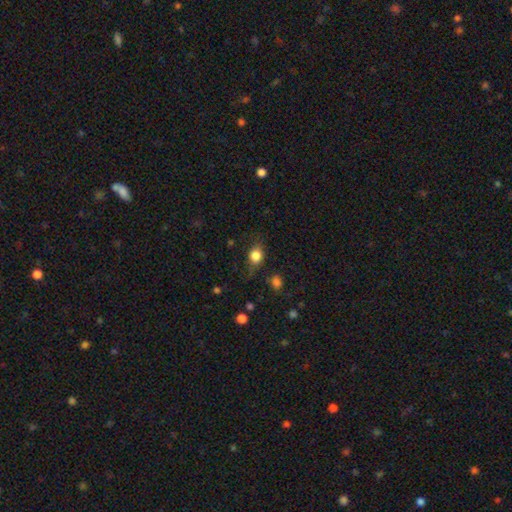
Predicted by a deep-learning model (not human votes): Smooth or featured?
  - smooth: 80% *
  - star or artifact: 10%
  - featured or disk: 10%
How rounded?
  - round: 52% *
  - in between: 46%
  - cigar-shaped: 2%
Merging?
  - none: 69% *
  - minor disturbance: 22%
  - major disturbance: 7%
  - merger: 2%